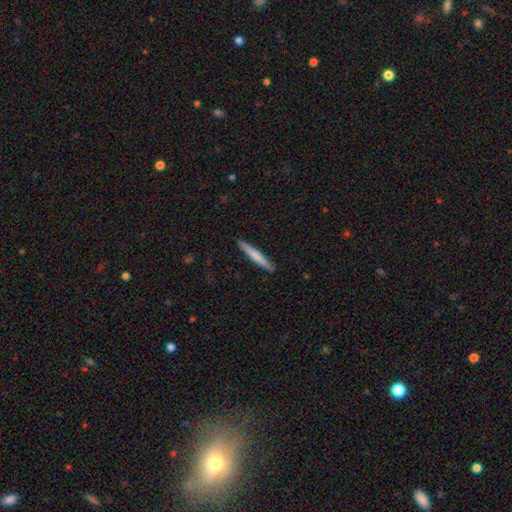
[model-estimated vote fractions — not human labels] Smooth or featured? Predicted: smooth (p=0.71). How rounded? Predicted: cigar-shaped (p=0.96). Merging? Predicted: none (p=0.91).